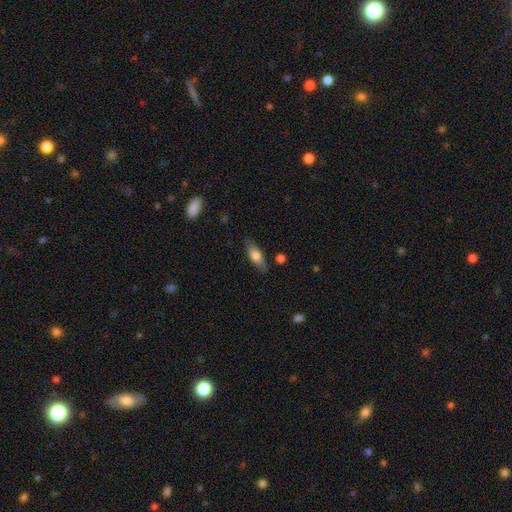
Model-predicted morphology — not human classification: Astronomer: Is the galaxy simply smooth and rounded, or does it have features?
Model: smooth — 69%.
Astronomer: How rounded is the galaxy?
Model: in between — 72%.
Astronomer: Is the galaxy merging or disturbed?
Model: none — 81%.